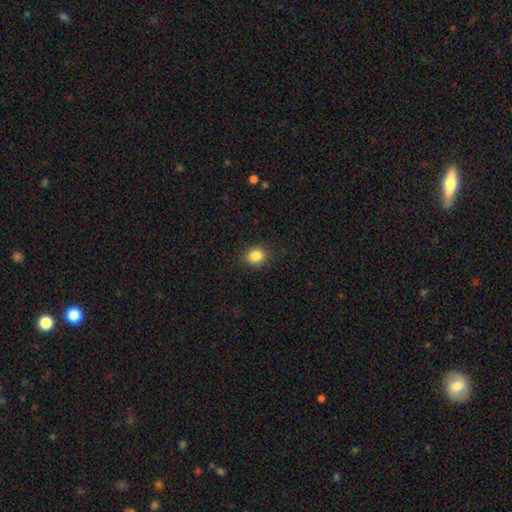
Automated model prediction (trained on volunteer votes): smooth 85%, star or artifact 10%, featured or disk 4%. Down the decision tree: how rounded — round (69%); merging — none (86%).